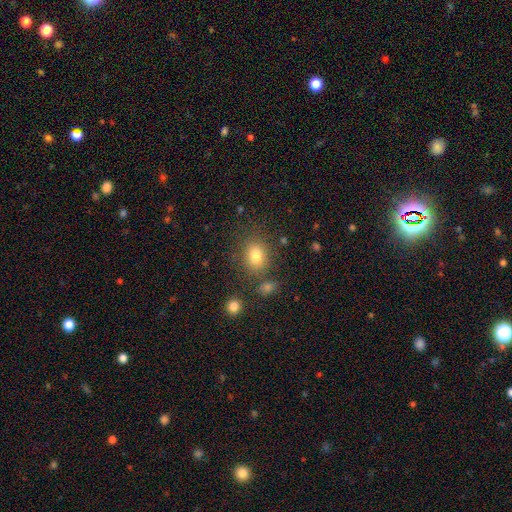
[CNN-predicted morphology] This appears to be a smooth galaxy with no disk features (79%) that is round (58%). Merging: none (76%).